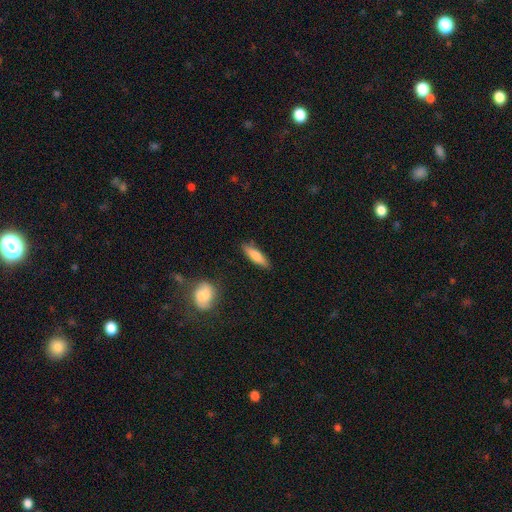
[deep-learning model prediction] Overall: smooth (78%). How rounded: cigar-shaped (64%; in between 35%). Merging: none (85%).